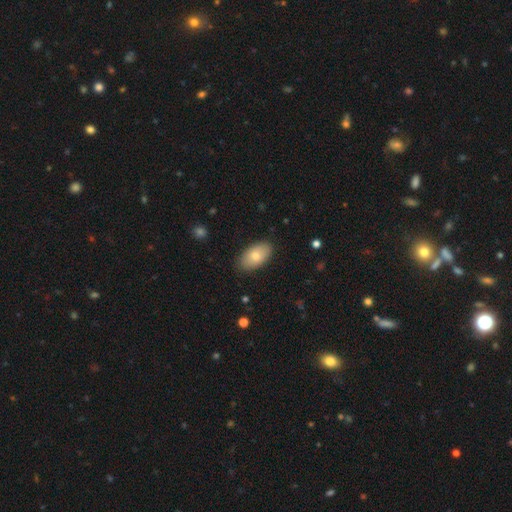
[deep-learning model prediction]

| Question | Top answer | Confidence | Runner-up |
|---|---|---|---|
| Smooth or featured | smooth | 77% | featured or disk (17%) |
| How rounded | in between | 94% | round (4%) |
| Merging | none | 86% | minor disturbance (11%) |